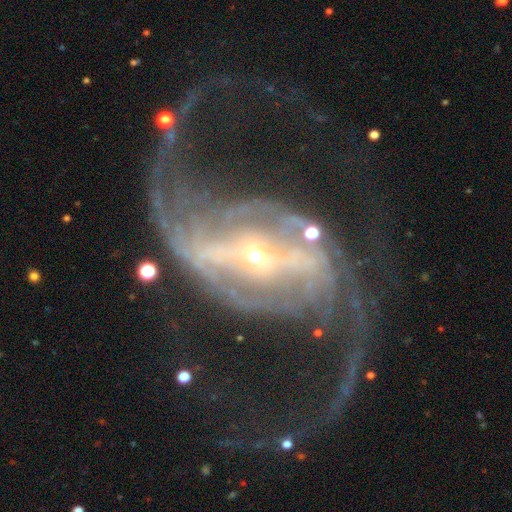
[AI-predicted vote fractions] smooth-or-featured: featured or disk: 92% | star or artifact: 6% | smooth: 3%
  disk-edge-on: no: 97% | yes: 3%
    bar: strong: 69% | weak: 21% | no: 10%
    has-spiral-arms: yes: 96% | no: 4%
      spiral-winding: loose: 51% | medium: 39% | tight: 10%
      spiral-arm-count: 2: 88% | can't tell: 3% | 3: 3% | 1: 2% | 4: 2% | more than 4: 2%
    bulge-size: small: 77% | moderate: 18% | large: 2% | dominant: 1% | none: 1%
  merging: none: 55% | major disturbance: 28% | minor disturbance: 12% | merger: 4%